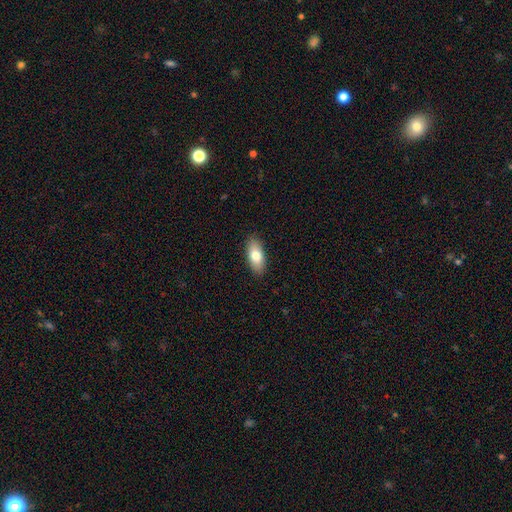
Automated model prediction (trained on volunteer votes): Q: Smooth or featured?
A: smooth (77%); runner-up: featured or disk (17%)
Q: How rounded?
A: in between (86%); runner-up: cigar-shaped (11%)
Q: Merging?
A: none (88%); runner-up: minor disturbance (9%)